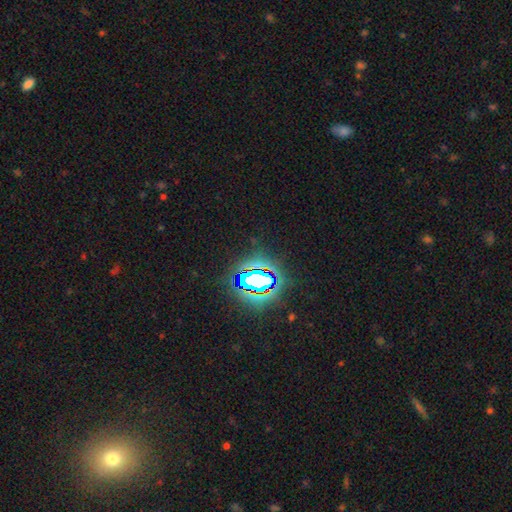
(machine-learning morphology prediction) Smooth or featured? Predicted: star or artifact (p=0.78).